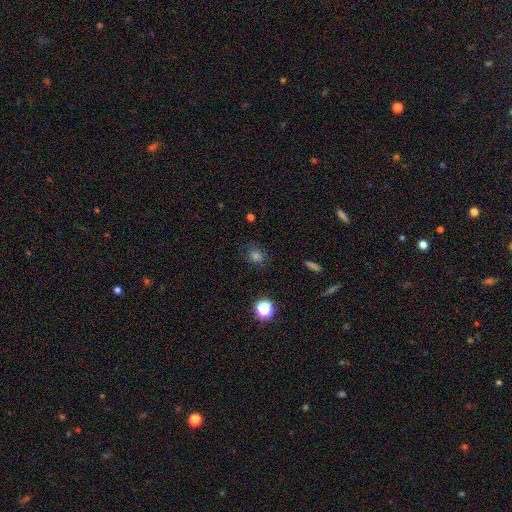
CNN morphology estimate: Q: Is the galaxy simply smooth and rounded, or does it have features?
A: smooth — 69%.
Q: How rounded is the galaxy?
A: round — 65%.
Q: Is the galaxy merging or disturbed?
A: none — 80%.